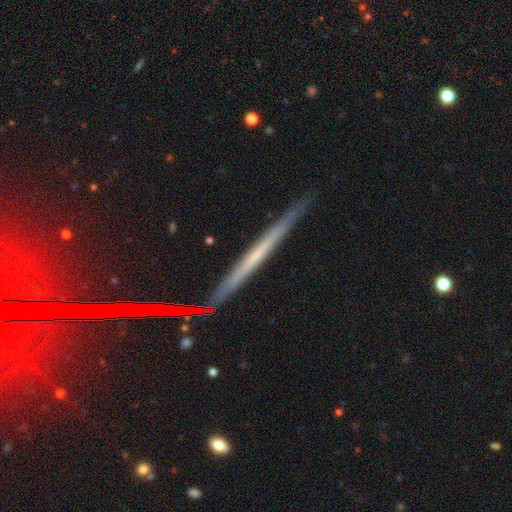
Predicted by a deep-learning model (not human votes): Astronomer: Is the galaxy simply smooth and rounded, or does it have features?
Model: featured or disk — 58%.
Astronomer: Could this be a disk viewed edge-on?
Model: yes — 96%.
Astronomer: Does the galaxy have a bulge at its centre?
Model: none — 84%.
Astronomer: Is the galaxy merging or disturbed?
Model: none — 88%.